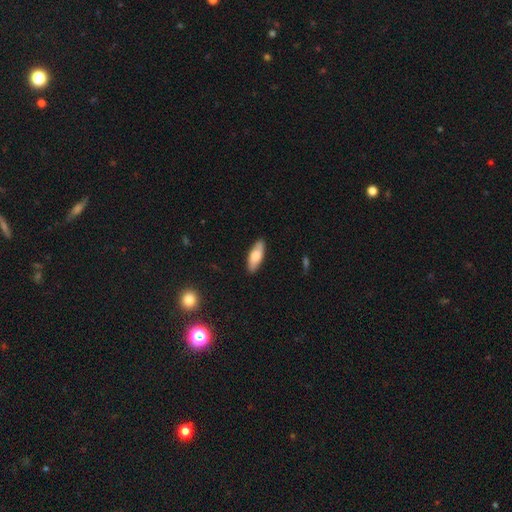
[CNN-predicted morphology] This appears to be a smooth galaxy with no disk features (70%) that is in between round and cigar-shaped (66%). Merging: none (88%).